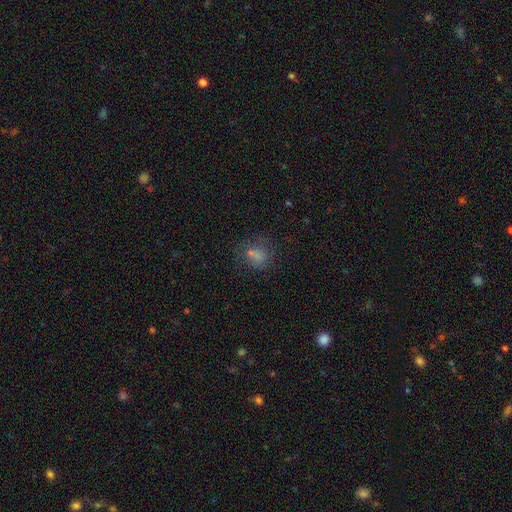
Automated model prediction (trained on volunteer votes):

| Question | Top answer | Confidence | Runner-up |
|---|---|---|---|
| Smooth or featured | smooth | 60% | star or artifact (27%) |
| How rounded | round | 72% | in between (26%) |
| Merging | none | 65% | minor disturbance (15%) |